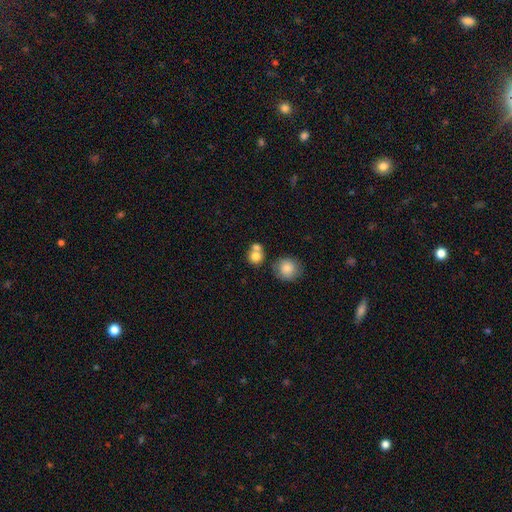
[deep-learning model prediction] Smooth or featured: smooth — 77% (featured or disk — 12%)
How rounded: round — 83% (in between — 16%)
Merging: none — 45% (merger — 44%)